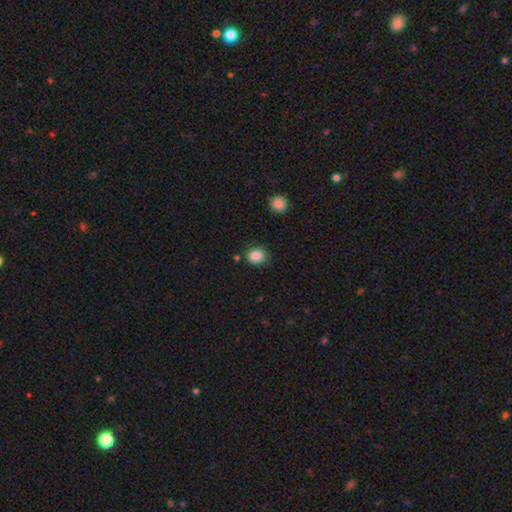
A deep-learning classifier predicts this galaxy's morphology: Smooth or featured? smooth (86%)
How rounded? round (73%)
Merging? none (82%)